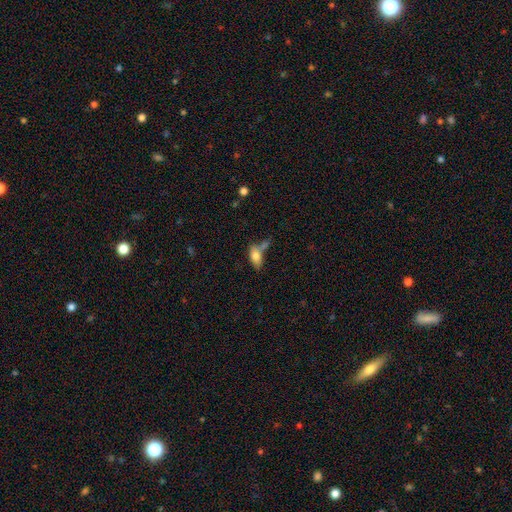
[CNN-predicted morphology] Smooth or featured? smooth (75%)
How rounded? in between (84%)
Merging? none (46%)